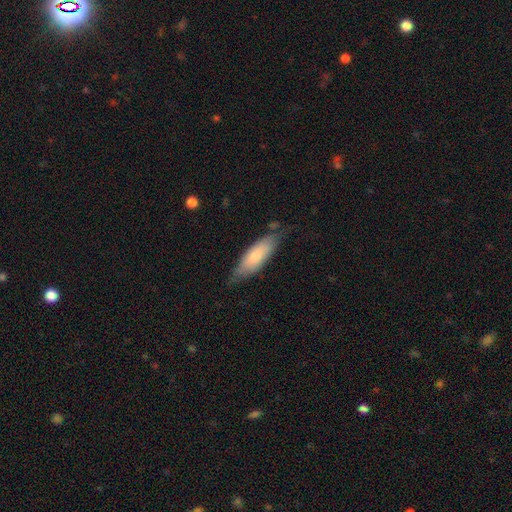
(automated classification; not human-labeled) This is likely a smooth galaxy (72%). How rounded: possibly in between (57%). Merging: likely none (65%).